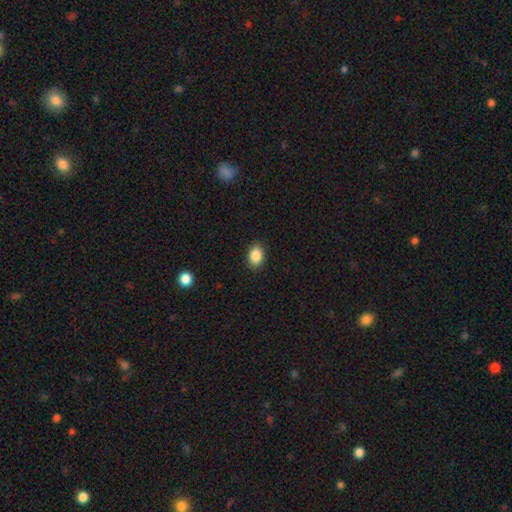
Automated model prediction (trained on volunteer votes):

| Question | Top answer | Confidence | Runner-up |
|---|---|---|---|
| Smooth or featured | smooth | 87% | star or artifact (8%) |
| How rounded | in between | 76% | round (23%) |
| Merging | none | 89% | minor disturbance (8%) |